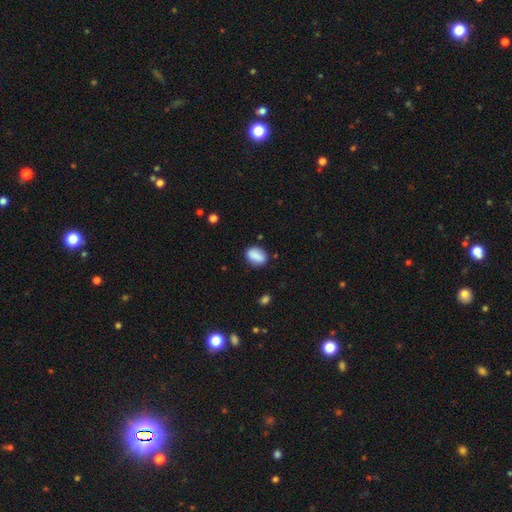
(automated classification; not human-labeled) Smooth or featured? smooth (86%)
How rounded? in between (77%)
Merging? none (80%)